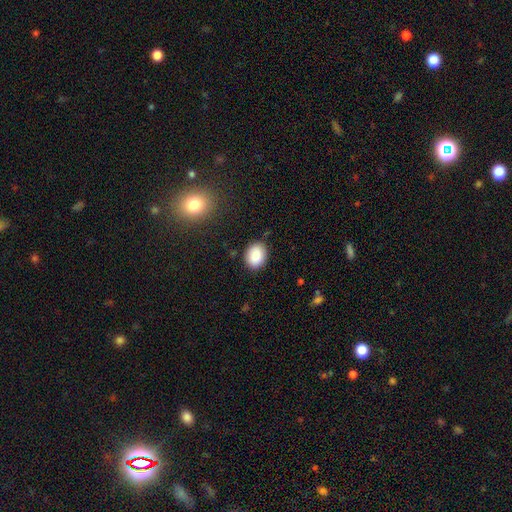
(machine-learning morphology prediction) This is clearly a smooth galaxy (88%). How rounded: possibly in between (57%). Merging: clearly none (85%).